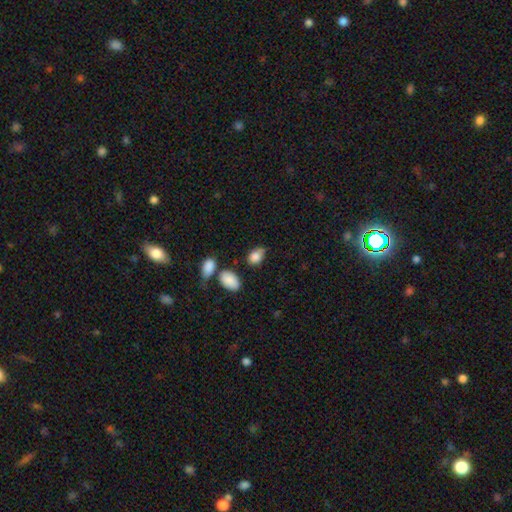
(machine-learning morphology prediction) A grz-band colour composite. It shows a smooth galaxy with no disk features (85%) that is in between round and cigar-shaped (82%). Merging: none (54%).